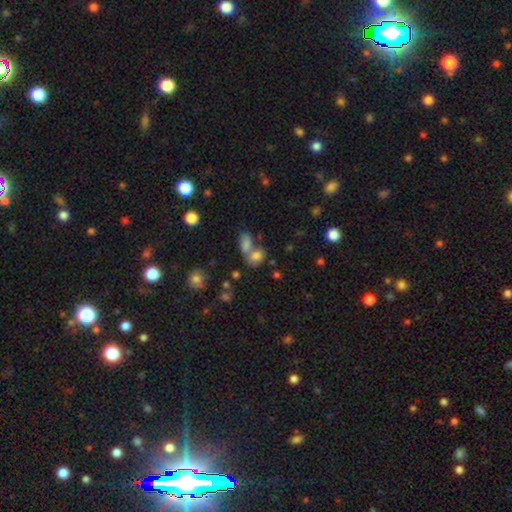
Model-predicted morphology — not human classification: Smooth or featured? smooth (76%)
How rounded? in between (64%)
Merging? merger (56%)